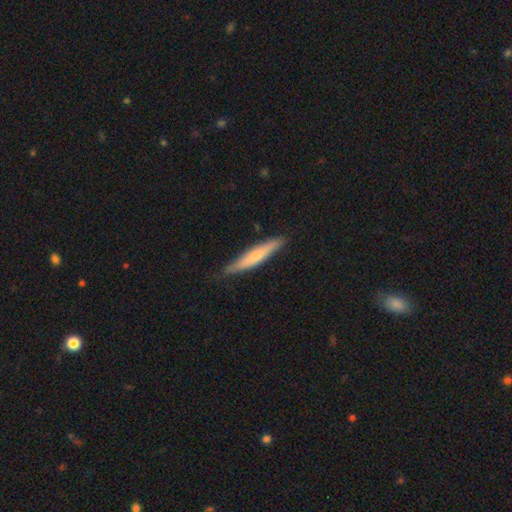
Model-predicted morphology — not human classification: This appears to be a smooth galaxy with no disk features (54%) that is cigar-shaped (89%). Merging: none (82%).